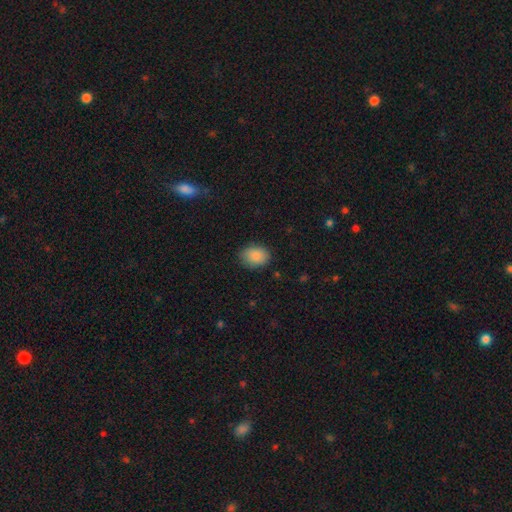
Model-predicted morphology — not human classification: Smooth or featured? Predicted: smooth (p=0.88). How rounded? Predicted: in between (p=0.68). Merging? Predicted: none (p=0.83).